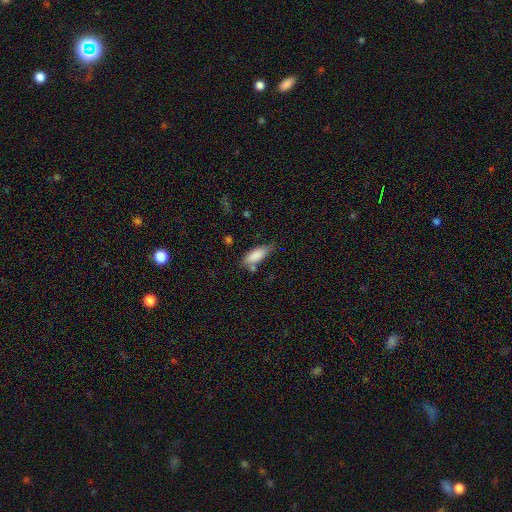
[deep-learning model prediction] smooth_or_featured: smooth (p=0.84) [alt: featured or disk p=0.09]
how_rounded: in between (p=0.72) [alt: cigar-shaped p=0.26]
merging: none (p=0.54) [alt: minor disturbance p=0.26]